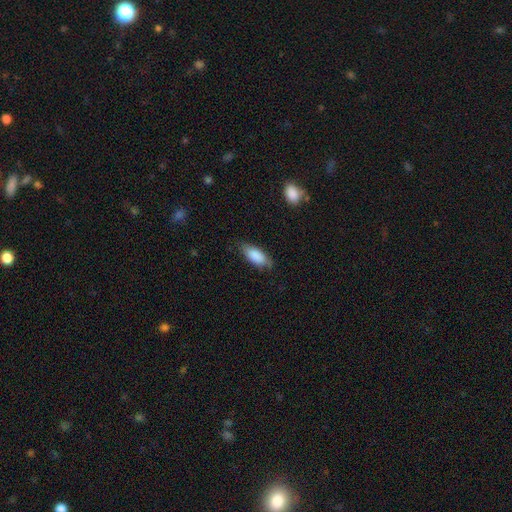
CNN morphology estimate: A smooth galaxy with no disk features (86%) that is in between round and cigar-shaped (81%).

Vote fractions:
- Smooth or featured? smooth: 86% / featured or disk: 9% / star or artifact: 6%
- How rounded? in between: 81% / cigar-shaped: 17% / round: 2%
- Merging? none: 73% / minor disturbance: 21% / major disturbance: 4% / merger: 1%